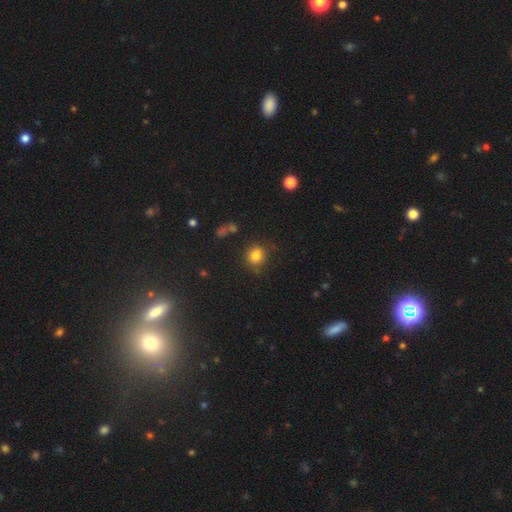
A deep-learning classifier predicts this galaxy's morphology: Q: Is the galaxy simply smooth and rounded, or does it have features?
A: smooth — 81%.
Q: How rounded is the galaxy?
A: round — 80%.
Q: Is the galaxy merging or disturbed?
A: none — 75%.